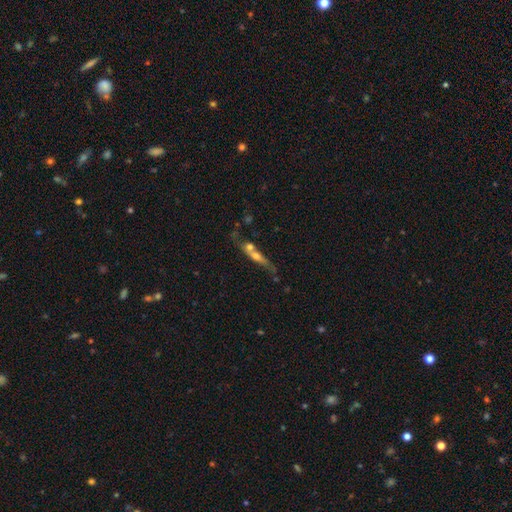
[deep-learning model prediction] Morphology: type=featured or disk (54%); edge-on=yes (73%); merging=none (43%).